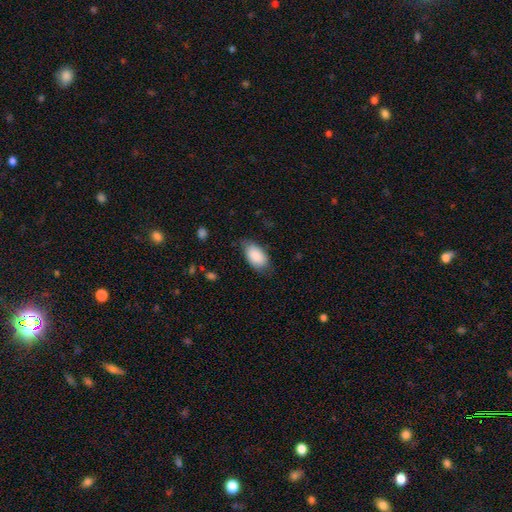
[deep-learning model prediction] Smooth or featured?
  - smooth: 88% *
  - featured or disk: 6%
  - star or artifact: 6%
How rounded?
  - in between: 94% *
  - round: 3%
  - cigar-shaped: 2%
Merging?
  - none: 68% *
  - minor disturbance: 25%
  - major disturbance: 6%
  - merger: 1%